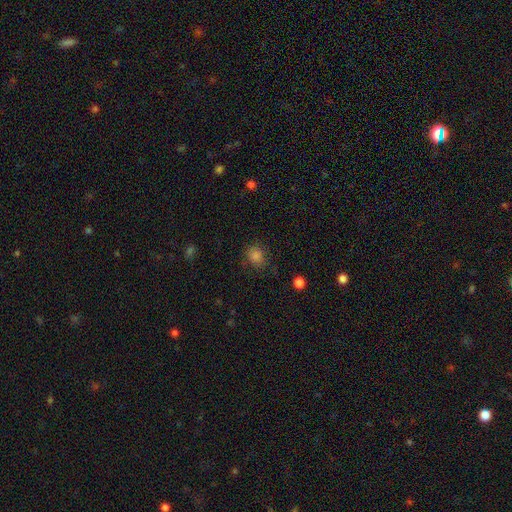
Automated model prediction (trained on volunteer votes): This appears to be a smooth galaxy with no disk features (81%) that is round (69%). Merging: none (78%).